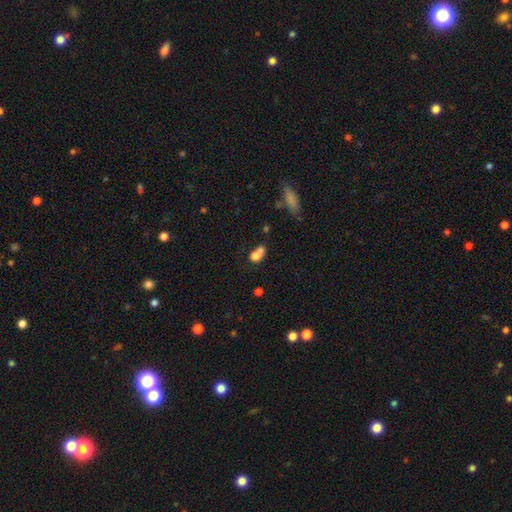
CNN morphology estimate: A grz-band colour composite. It shows a smooth galaxy with no disk features (74%) that is round (55%). Merging: merger (57%).